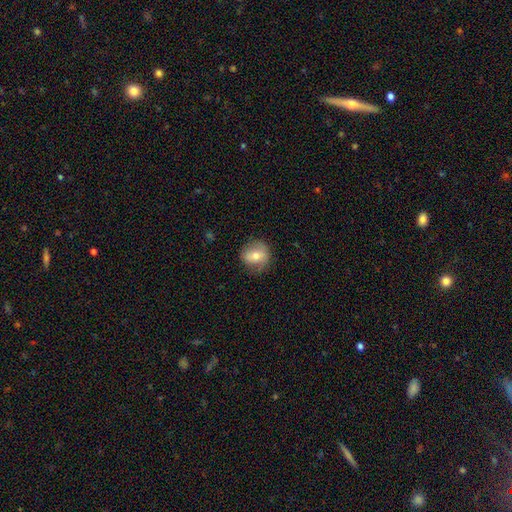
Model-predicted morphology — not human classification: A smooth galaxy with no disk features (63%) that is round (74%).

Vote fractions:
- Smooth or featured? smooth: 63% / featured or disk: 29% / star or artifact: 8%
- How rounded? round: 74% / in between: 24% / cigar-shaped: 1%
- Merging? none: 73% / minor disturbance: 19% / major disturbance: 6% / merger: 1%